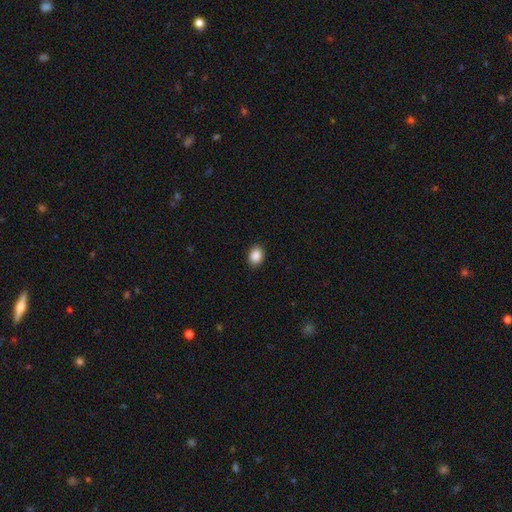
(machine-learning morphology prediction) A smooth galaxy with no disk features (89%) that is in between round and cigar-shaped (67%). Merging: none (89%).